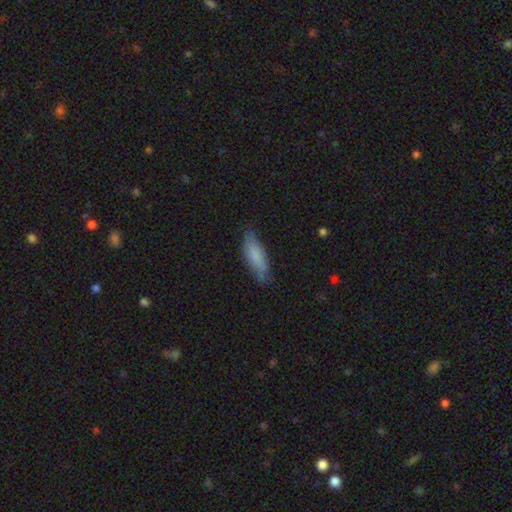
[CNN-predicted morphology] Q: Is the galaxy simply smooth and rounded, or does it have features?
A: smooth — 79%.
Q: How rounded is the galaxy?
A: cigar-shaped — 53%.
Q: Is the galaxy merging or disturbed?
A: none — 76%.